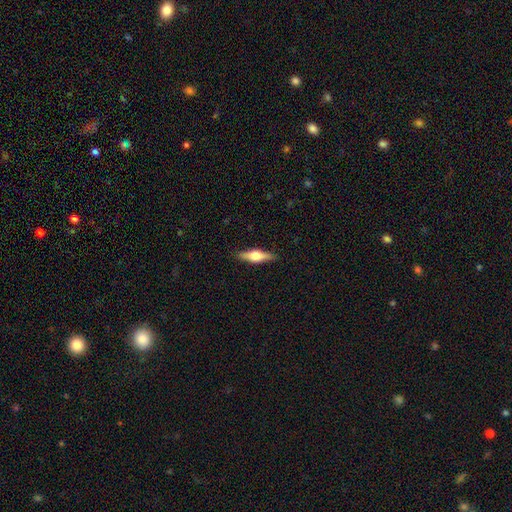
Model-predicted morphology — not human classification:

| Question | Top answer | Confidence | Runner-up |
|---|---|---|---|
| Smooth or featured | featured or disk | 61% | smooth (33%) |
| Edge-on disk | yes | 97% | no (3%) |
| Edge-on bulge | rounded | 93% | boxy (6%) |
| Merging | none | 90% | minor disturbance (8%) |